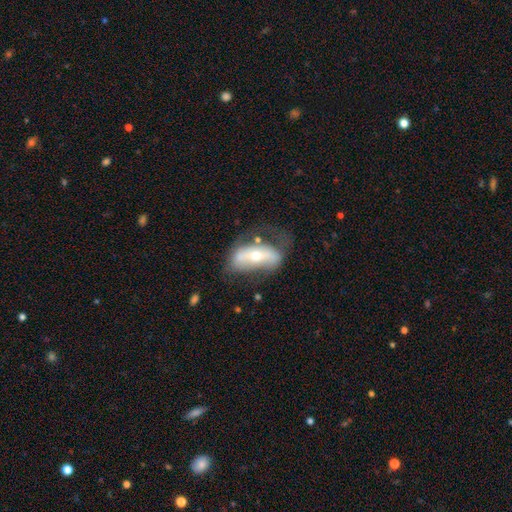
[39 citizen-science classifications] smooth 49% (tied), featured or disk 49% (tied), star or artifact 3%. Down the decision tree: how rounded — in between (95%); merging — major disturbance (47%).